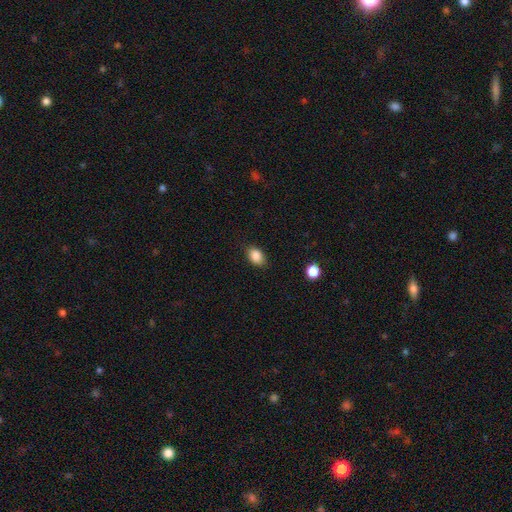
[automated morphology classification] A smooth galaxy with no disk features (87%) that is in between round and cigar-shaped (80%).

Vote fractions:
- Smooth or featured? smooth: 87% / star or artifact: 9% / featured or disk: 4%
- How rounded? in between: 80% / round: 18% / cigar-shaped: 1%
- Merging? none: 84% / minor disturbance: 12% / major disturbance: 3% / merger: 1%